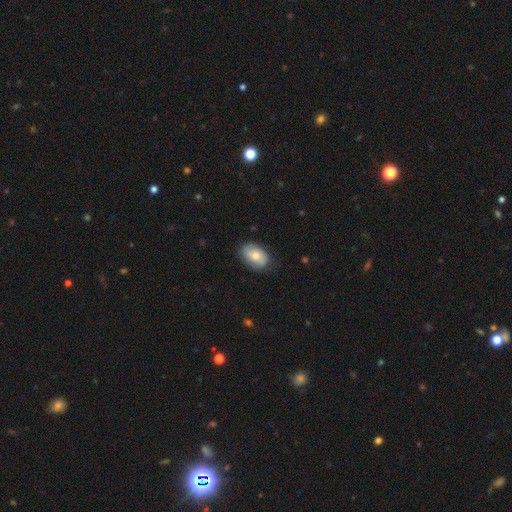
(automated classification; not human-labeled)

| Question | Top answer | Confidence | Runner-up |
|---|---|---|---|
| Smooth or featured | smooth | 73% | featured or disk (20%) |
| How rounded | in between | 88% | round (11%) |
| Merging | none | 79% | minor disturbance (17%) |